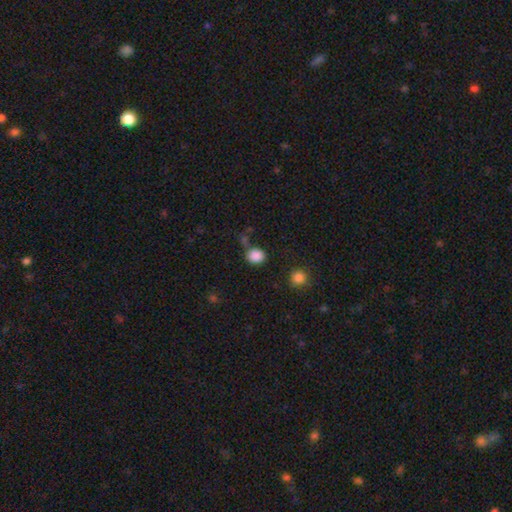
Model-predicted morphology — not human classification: Overall: smooth (86%). How rounded: round (62%; in between 37%). Merging: none (72%).